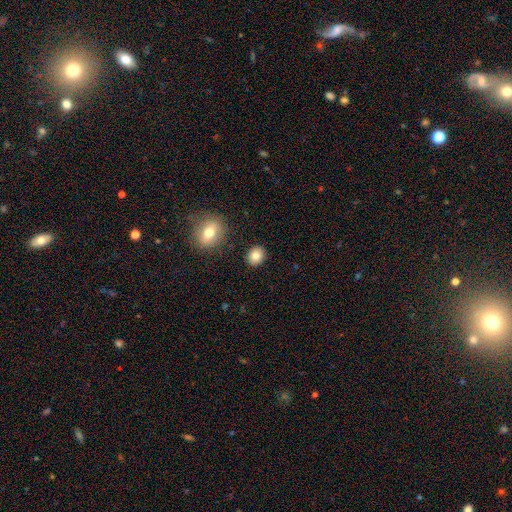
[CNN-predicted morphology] Smooth or featured? Predicted: smooth (p=0.82). How rounded? Predicted: round (p=0.61). Merging? Predicted: none (p=0.88).